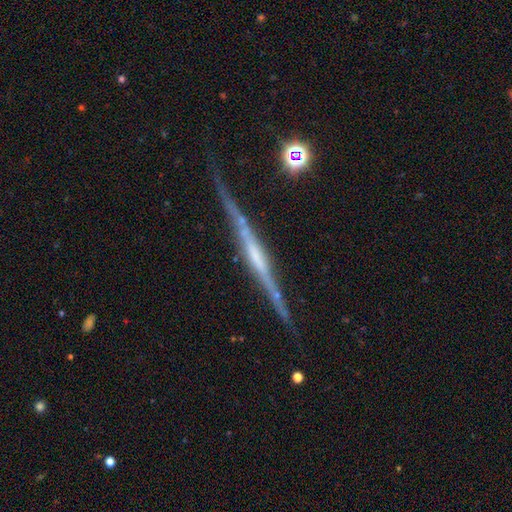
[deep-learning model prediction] The model was most divided on "edge-on bulge": none: 42%, boxy: 33%, rounded: 25%. More confident: edge-on disk — yes (97%); smooth or featured — featured or disk (82%); merging — none (81%).